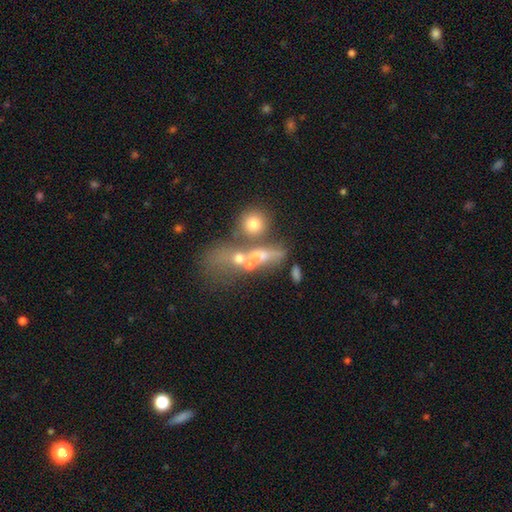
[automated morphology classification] Smooth or featured? Predicted: smooth (p=0.54). How rounded? Predicted: in between (p=0.43). Merging? Predicted: merger (p=0.49).